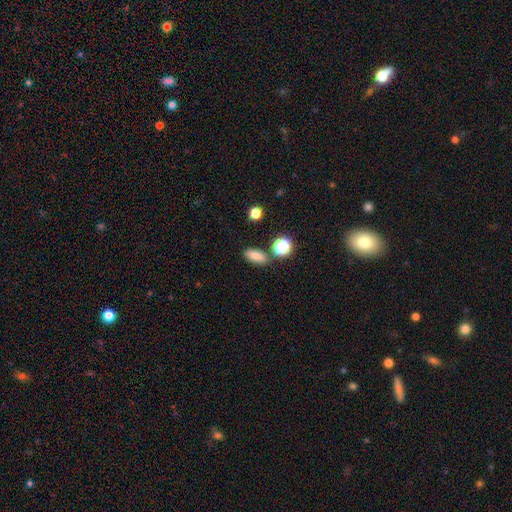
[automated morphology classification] type=smooth (78%); roundness=in between (79%); merging=none (82%).